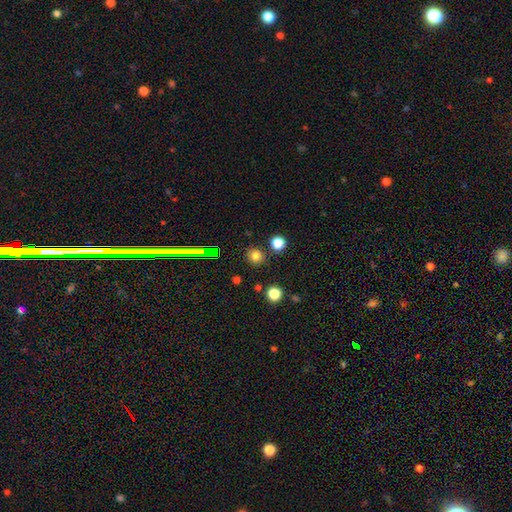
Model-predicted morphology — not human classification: smooth-or-featured: smooth: 76% | star or artifact: 18% | featured or disk: 6%
  how-rounded: round: 90% | in between: 9% | cigar-shaped: 1%
  merging: none: 85% | minor disturbance: 7% | merger: 6% | major disturbance: 3%